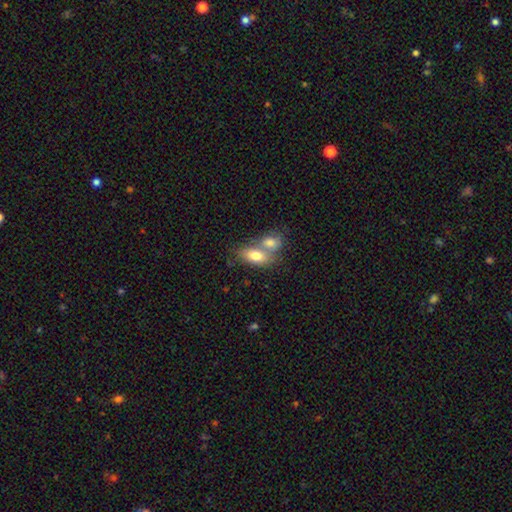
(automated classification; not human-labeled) smooth-or-featured: smooth: 75% | featured or disk: 18% | star or artifact: 7%
  how-rounded: in between: 86% | round: 8% | cigar-shaped: 6%
  merging: merger: 62% | none: 28% | minor disturbance: 8% | major disturbance: 3%